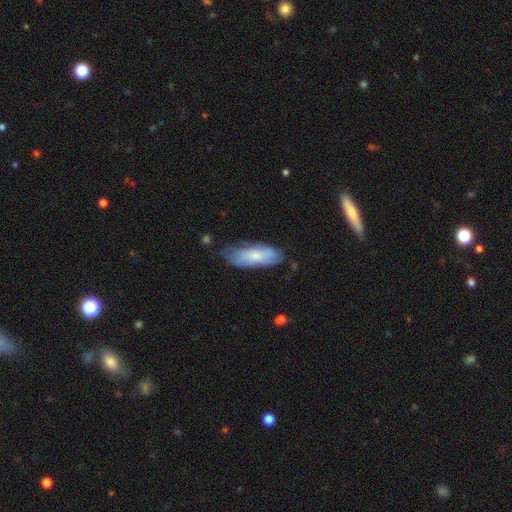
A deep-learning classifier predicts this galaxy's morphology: A smooth galaxy with no disk features (62%) that is in between round and cigar-shaped (70%).

Vote fractions:
- Smooth or featured? smooth: 62% / featured or disk: 32% / star or artifact: 6%
- How rounded? in between: 70% / cigar-shaped: 28% / round: 2%
- Merging? none: 58% / minor disturbance: 31% / major disturbance: 8% / merger: 3%